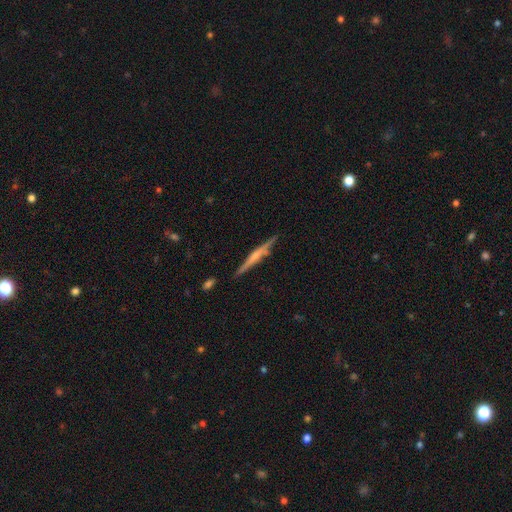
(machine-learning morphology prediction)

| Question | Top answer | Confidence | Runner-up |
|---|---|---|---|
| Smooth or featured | featured or disk | 64% | smooth (30%) |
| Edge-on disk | yes | 97% | no (3%) |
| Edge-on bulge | rounded | 49% | none (35%) |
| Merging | none | 83% | minor disturbance (12%) |